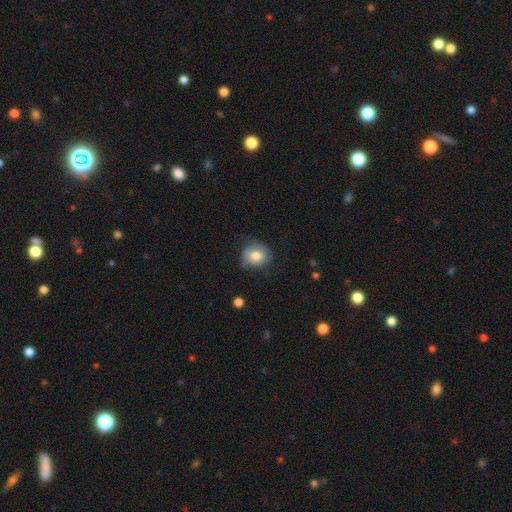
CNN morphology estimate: Smooth or featured: smooth — 72% (featured or disk — 20%)
How rounded: round — 74% (in between — 25%)
Merging: none — 62% (minor disturbance — 27%)